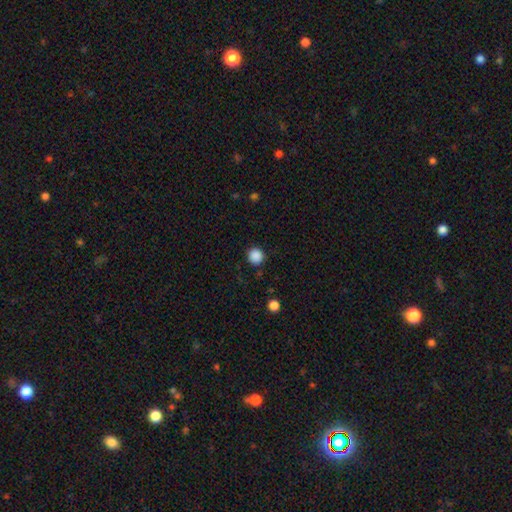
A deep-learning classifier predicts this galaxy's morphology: smooth_or_featured: smooth (p=0.87) [alt: star or artifact p=0.10]
how_rounded: round (p=0.92) [alt: in between p=0.07]
merging: none (p=0.89) [alt: minor disturbance p=0.07]